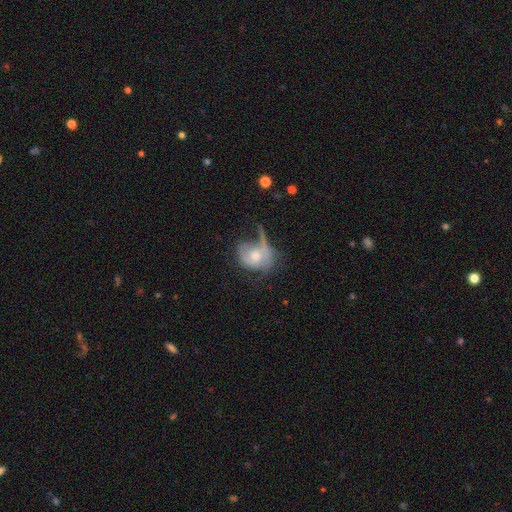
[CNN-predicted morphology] smooth_or_featured: featured or disk (p=0.57) [alt: smooth p=0.36]
disk_edge_on: no (p=0.96) [alt: yes p=0.04]
bar: no (p=0.73) [alt: weak p=0.23]
has_spiral_arms: yes (p=0.67) [alt: no p=0.33]
bulge_size: moderate (p=0.56) [alt: small p=0.33]
merging: major disturbance (p=0.39) [alt: none p=0.28]